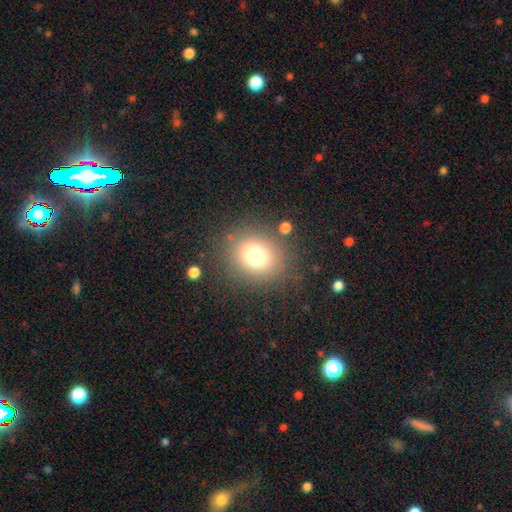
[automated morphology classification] type=smooth (75%); roundness=round (74%); merging=none (82%).